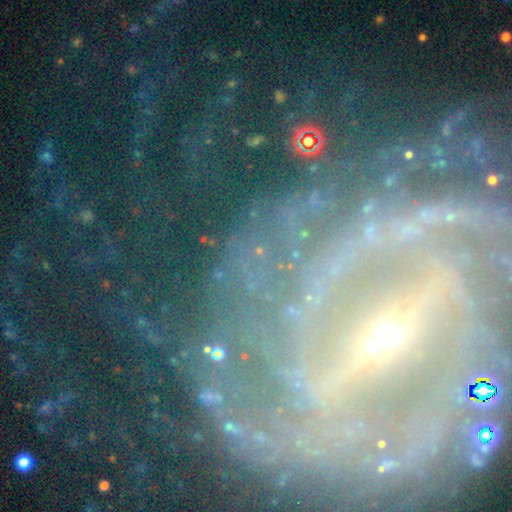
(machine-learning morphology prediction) A featured or disk galaxy (74%) with a strong bar (57%), tight (57%) spiral arms (88%) and a small central bulge (74%). Merging: none (66%).